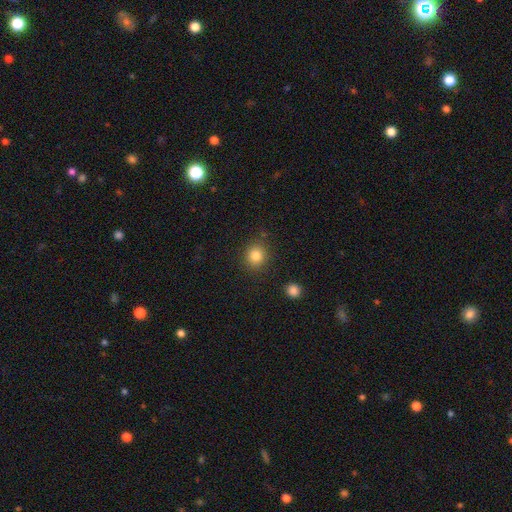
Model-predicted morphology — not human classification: Overall: smooth (83%). How rounded: round (83%). Merging: none (87%).